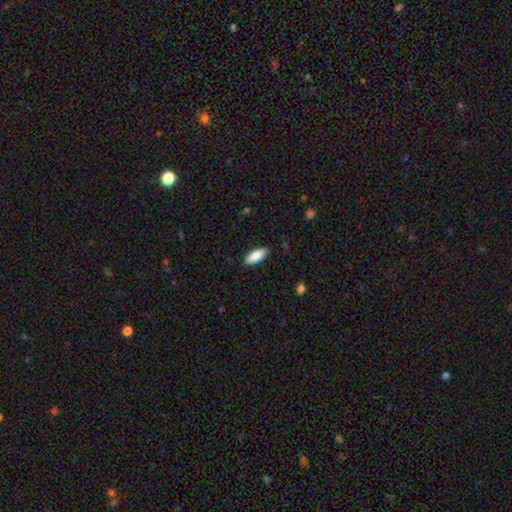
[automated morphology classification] This appears to be a smooth galaxy with no disk features (87%) that is in between round and cigar-shaped (78%). Merging: none (88%).